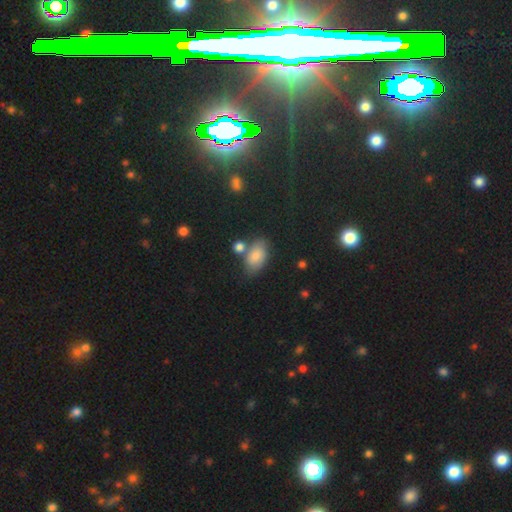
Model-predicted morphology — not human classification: Smooth or featured?
  - smooth: 75% *
  - featured or disk: 13%
  - star or artifact: 12%
How rounded?
  - in between: 89% *
  - round: 9%
  - cigar-shaped: 2%
Merging?
  - none: 58% *
  - minor disturbance: 20%
  - merger: 16%
  - major disturbance: 6%